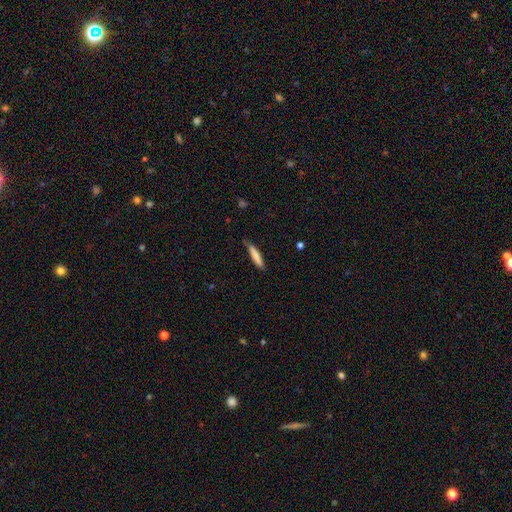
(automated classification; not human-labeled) Smooth or featured?
  - smooth: 79% *
  - featured or disk: 15%
  - star or artifact: 6%
How rounded?
  - cigar-shaped: 89% *
  - in between: 10%
  - round: 1%
Merging?
  - none: 79% *
  - minor disturbance: 17%
  - major disturbance: 3%
  - merger: 2%